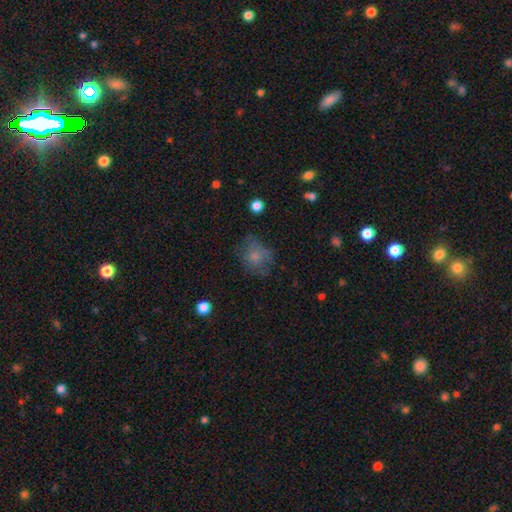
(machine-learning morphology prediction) smooth-or-featured: smooth: 69% | featured or disk: 20% | star or artifact: 11%
  how-rounded: round: 60% | in between: 39% | cigar-shaped: 1%
  merging: none: 54% | minor disturbance: 25% | major disturbance: 18% | merger: 2%